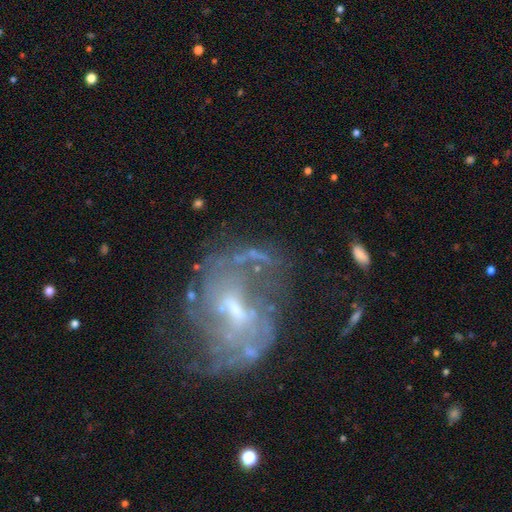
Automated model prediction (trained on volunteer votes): Morphology: type=featured or disk (78%); edge-on=no (97%); bar=weak (52%); spiral arms=yes (77%); winding=loose (42%); arm count=2 (48%); bulge=small (48%); merging=none (49%).